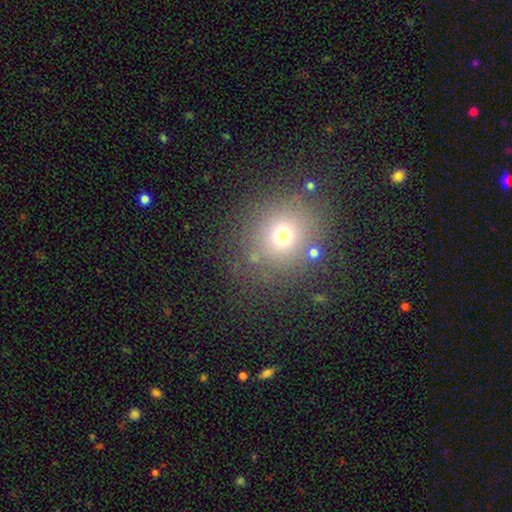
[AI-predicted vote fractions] Q: Smooth or featured?
A: smooth (69%); runner-up: star or artifact (21%)
Q: How rounded?
A: round (82%); runner-up: in between (17%)
Q: Merging?
A: none (82%); runner-up: minor disturbance (10%)